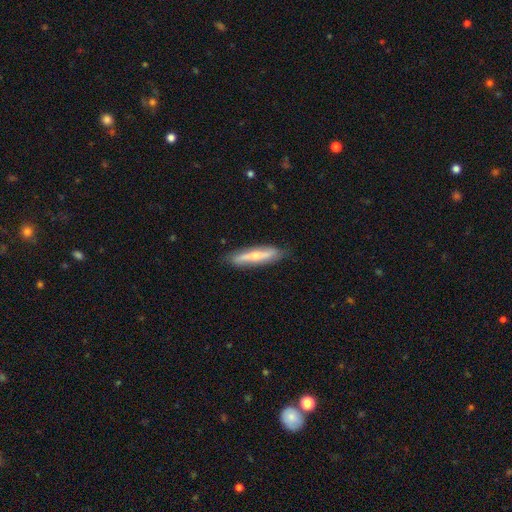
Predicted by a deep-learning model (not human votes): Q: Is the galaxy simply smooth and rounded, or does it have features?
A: featured or disk — 55%.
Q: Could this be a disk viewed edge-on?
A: yes — 69%.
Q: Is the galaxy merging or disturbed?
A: none — 83%.